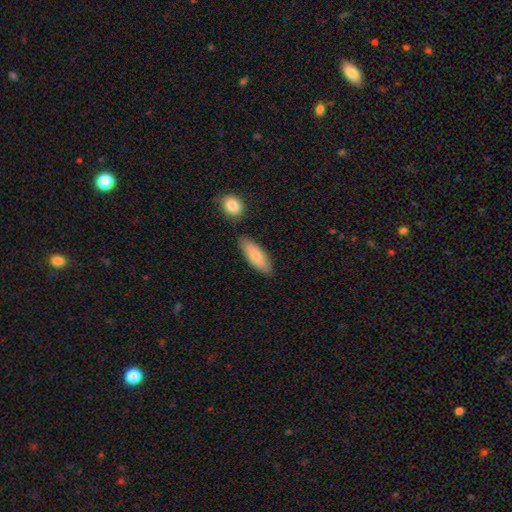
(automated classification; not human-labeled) Smooth or featured?
  - smooth: 79% *
  - featured or disk: 16%
  - star or artifact: 6%
How rounded?
  - in between: 72% *
  - cigar-shaped: 26%
  - round: 2%
Merging?
  - none: 75% *
  - minor disturbance: 15%
  - merger: 7%
  - major disturbance: 3%